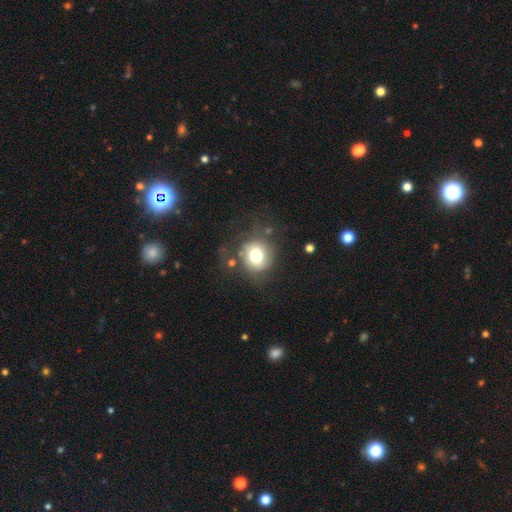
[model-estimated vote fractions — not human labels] Overall: smooth (72%). How rounded: round (87%). Merging: none (62%).